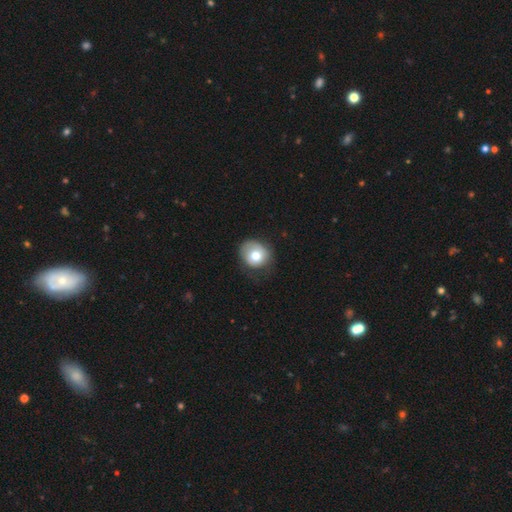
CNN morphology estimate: Smooth or featured? smooth (72%)
How rounded? round (74%)
Merging? none (57%)